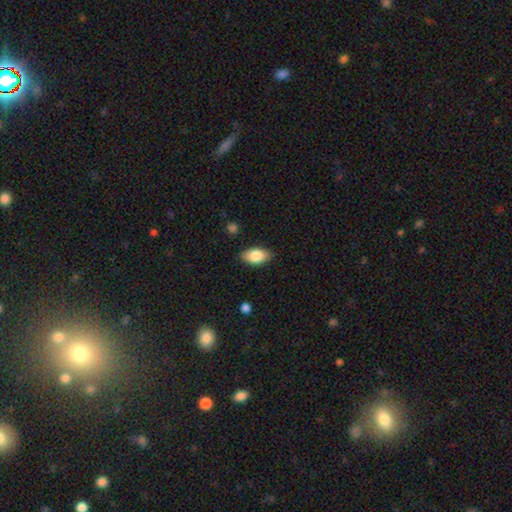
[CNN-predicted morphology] The model was most divided on "merging": none: 85%, minor disturbance: 12%, major disturbance: 2%, merger: 1%. More confident: how rounded — in between (92%); smooth or featured — smooth (84%).